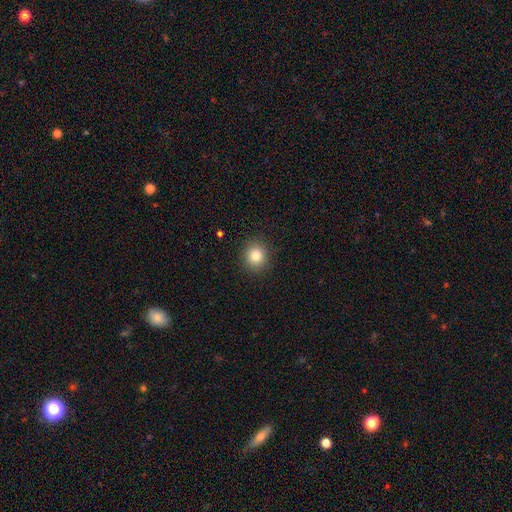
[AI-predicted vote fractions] smooth 83%, star or artifact 11%, featured or disk 6%. Down the decision tree: how rounded — round (87%); merging — none (90%).